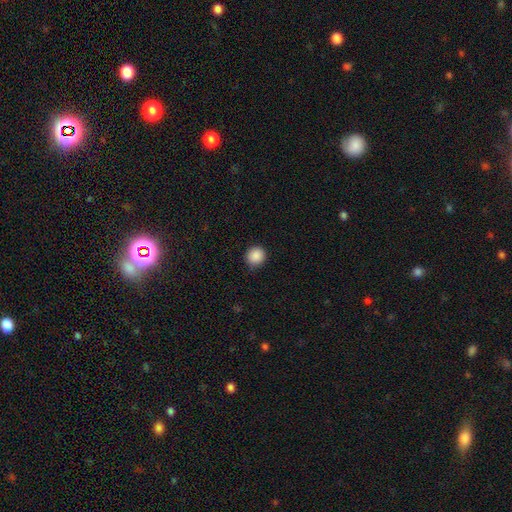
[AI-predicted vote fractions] This appears to be a smooth galaxy with no disk features (89%) that is round (90%). Merging: none (88%).